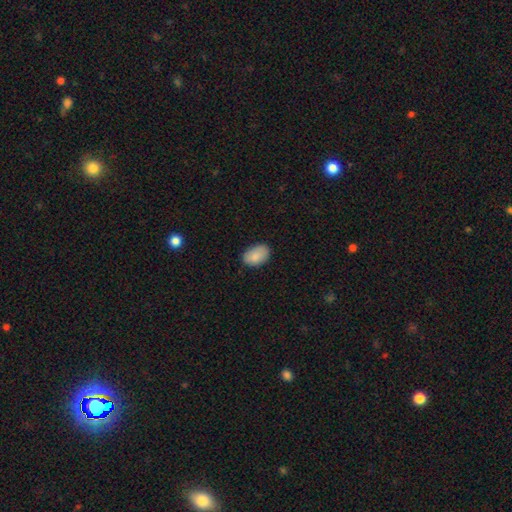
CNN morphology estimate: Smooth or featured? Predicted: smooth (p=0.88). How rounded? Predicted: in between (p=0.88). Merging? Predicted: none (p=0.80).